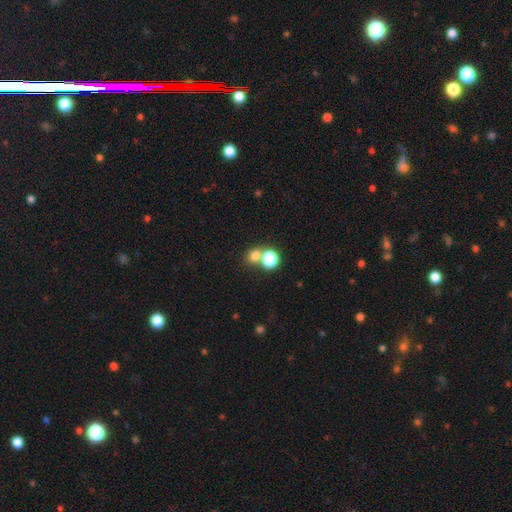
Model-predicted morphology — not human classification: Overall: smooth (73%). How rounded: round (73%). Merging: none (54%; merger 36%).